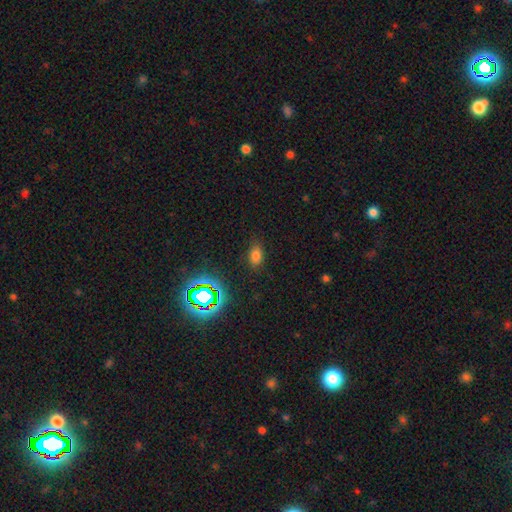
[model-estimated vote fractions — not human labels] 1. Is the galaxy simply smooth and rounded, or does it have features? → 70% smooth, 23% star or artifact, 7% featured or disk.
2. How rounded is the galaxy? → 84% in between, 14% round, 2% cigar-shaped.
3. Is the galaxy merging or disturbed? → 82% none, 13% minor disturbance, 4% major disturbance, 2% merger.